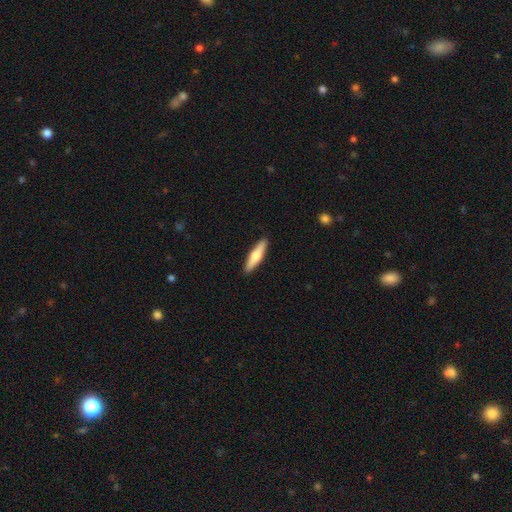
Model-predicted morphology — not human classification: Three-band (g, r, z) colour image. It shows a smooth galaxy with no disk features (55%) that is cigar-shaped (77%). Merging: none (91%).